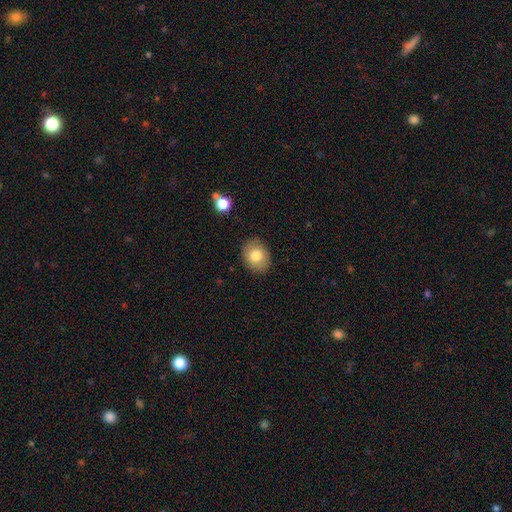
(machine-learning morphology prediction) This appears to be a smooth galaxy with no disk features (79%) that is in between round and cigar-shaped (51%). Merging: none (86%).